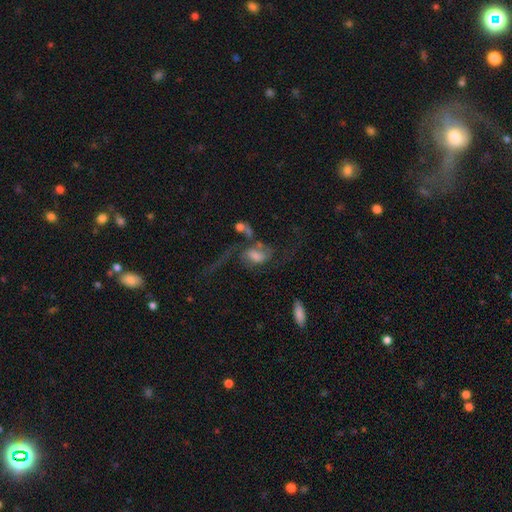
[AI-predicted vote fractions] A featured or disk galaxy (67%) with a weak bar (44%), 2 (75%) loose (69%) spiral arms (85%) and a moderate central bulge (41%).

Vote fractions:
- Smooth or featured? featured or disk: 67% / smooth: 22% / star or artifact: 11%
- Edge-on disk? no: 94% / yes: 6%
- Bar? weak: 44% / no: 42% / strong: 15%
- Spiral arms? yes: 85% / no: 15%
- Spiral winding? loose: 69% / medium: 24% / tight: 6%
- Spiral arm count? 2: 75% / 1: 10% / can't tell: 8% / 3: 4% / 4: 2% / more than 4: 2%
- Bulge size? moderate: 41% / small: 24% / large: 19% / none: 13% / dominant: 3%
- Merging? major disturbance: 36% / none: 32% / merger: 17% / minor disturbance: 14%